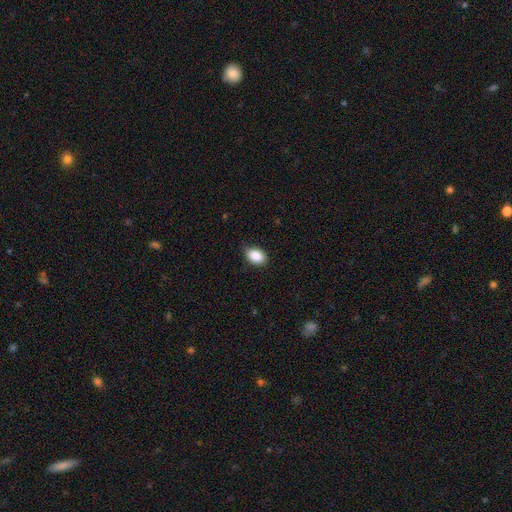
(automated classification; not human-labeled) Overall: smooth (88%). How rounded: in between (80%). Merging: none (73%).